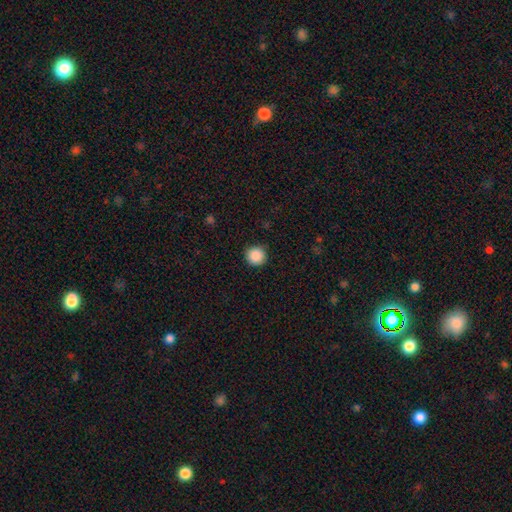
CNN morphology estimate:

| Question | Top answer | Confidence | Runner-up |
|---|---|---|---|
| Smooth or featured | smooth | 88% | star or artifact (9%) |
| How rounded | round | 95% | in between (4%) |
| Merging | none | 91% | minor disturbance (6%) |